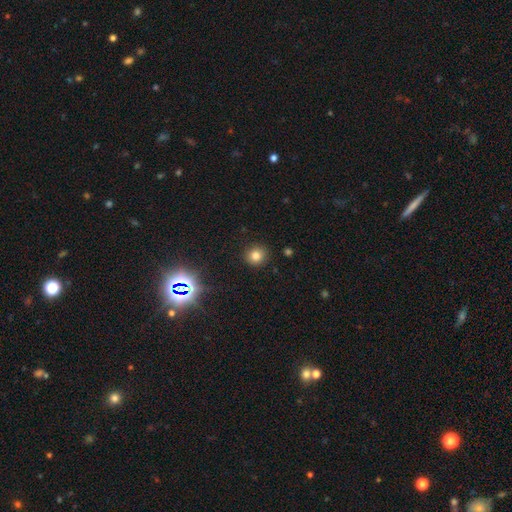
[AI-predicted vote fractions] smooth-or-featured: smooth: 78% | star or artifact: 16% | featured or disk: 6%
  how-rounded: round: 88% | in between: 11% | cigar-shaped: 1%
  merging: none: 89% | minor disturbance: 7% | major disturbance: 2% | merger: 1%